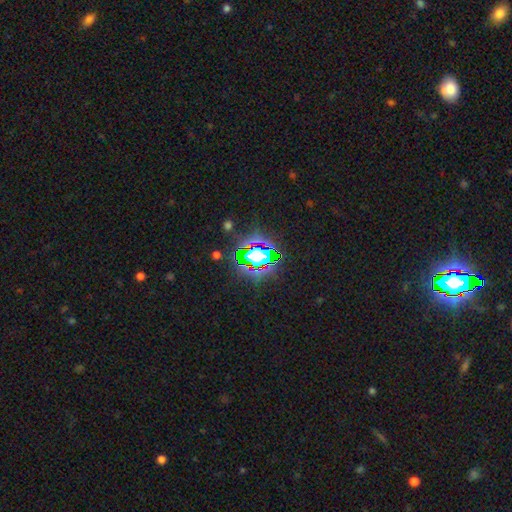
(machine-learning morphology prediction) star or artifact 68%, smooth 19%, featured or disk 12%.